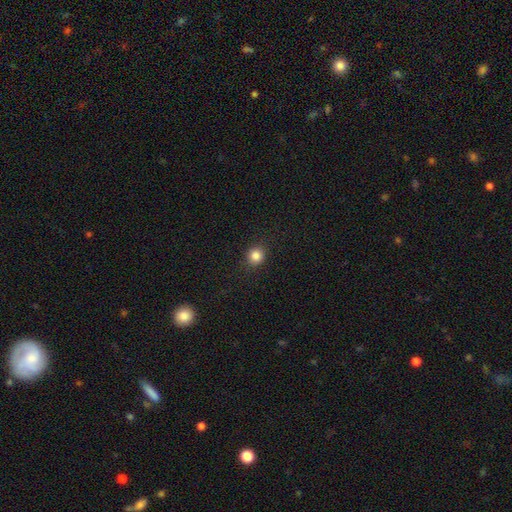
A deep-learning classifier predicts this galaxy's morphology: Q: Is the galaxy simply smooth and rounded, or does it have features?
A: smooth — 84%.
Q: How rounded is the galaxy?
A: round — 89%.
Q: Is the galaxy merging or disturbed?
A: none — 90%.